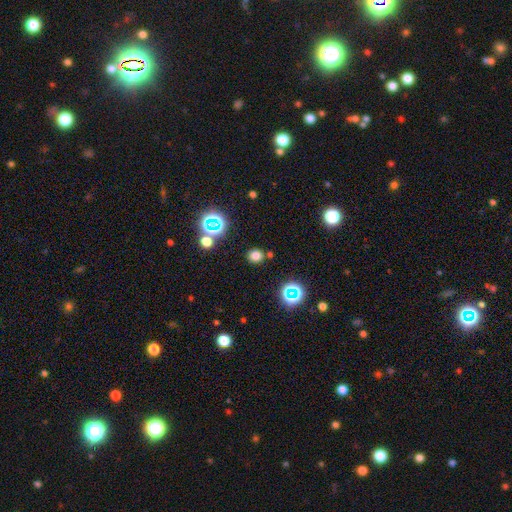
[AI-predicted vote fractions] smooth 73%, star or artifact 21%, featured or disk 6%. Down the decision tree: how rounded — round (81%); merging — none (84%).